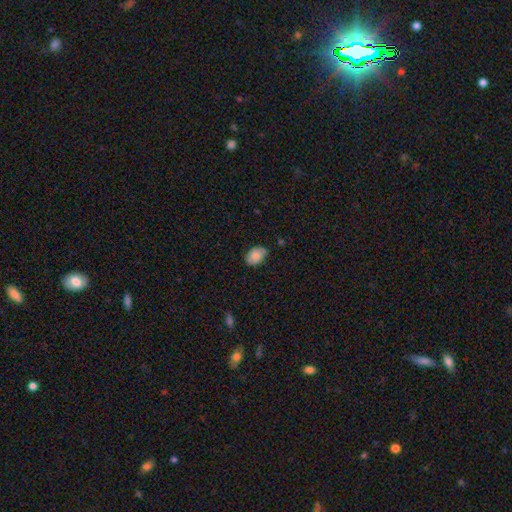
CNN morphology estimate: smooth_or_featured: smooth (p=0.78) [alt: featured or disk p=0.14]
how_rounded: in between (p=0.85) [alt: round p=0.14]
merging: none (p=0.75) [alt: minor disturbance p=0.20]